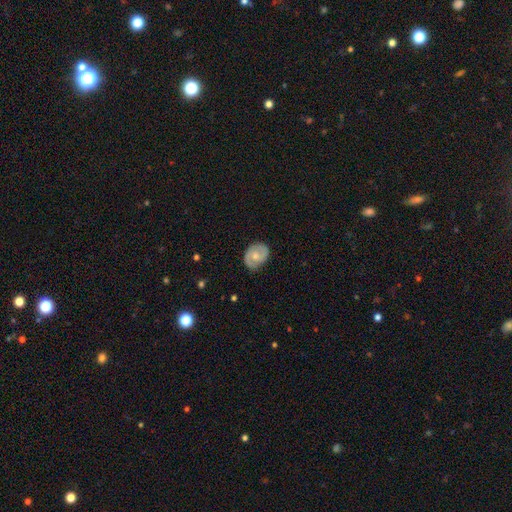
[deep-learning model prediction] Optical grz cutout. It shows a featured or disk galaxy (64%) with no bar (60%), 2 (79%) tight (47%) spiral arms (84%) and a moderate central bulge (57%). Merging: none (79%).